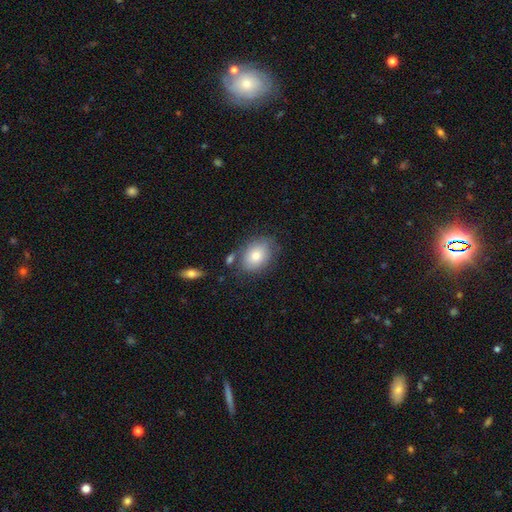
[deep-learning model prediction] Smooth or featured?
  - smooth: 78% *
  - featured or disk: 14%
  - star or artifact: 8%
How rounded?
  - in between: 72% *
  - round: 27%
  - cigar-shaped: 1%
Merging?
  - none: 69% *
  - minor disturbance: 18%
  - merger: 8%
  - major disturbance: 5%